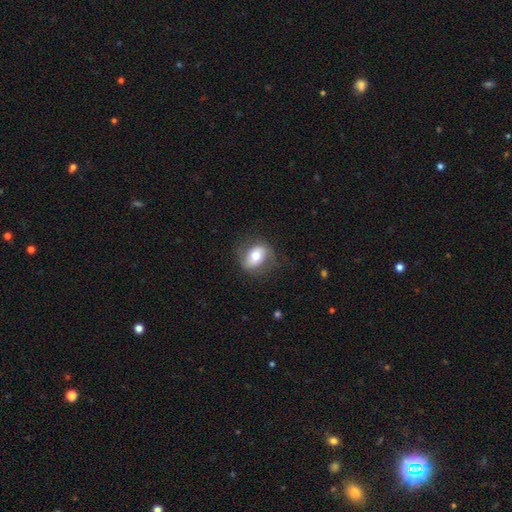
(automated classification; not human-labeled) smooth_or_featured: smooth (p=0.61) [alt: featured or disk p=0.32]
how_rounded: in between (p=0.64) [alt: round p=0.34]
merging: none (p=0.75) [alt: minor disturbance p=0.17]